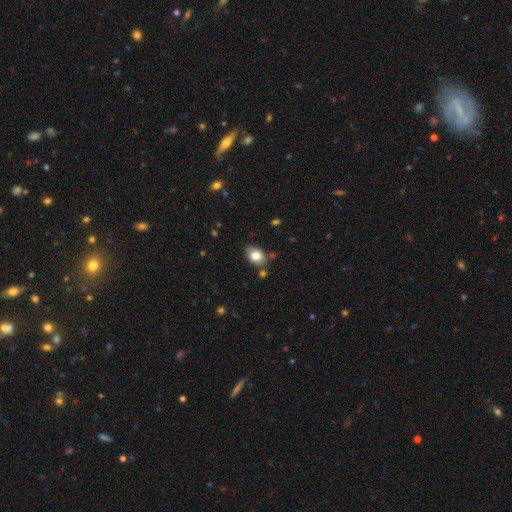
This appears to be a smooth galaxy with no disk features (84%) that is in between round and cigar-shaped (78%). Merging: none (86%).